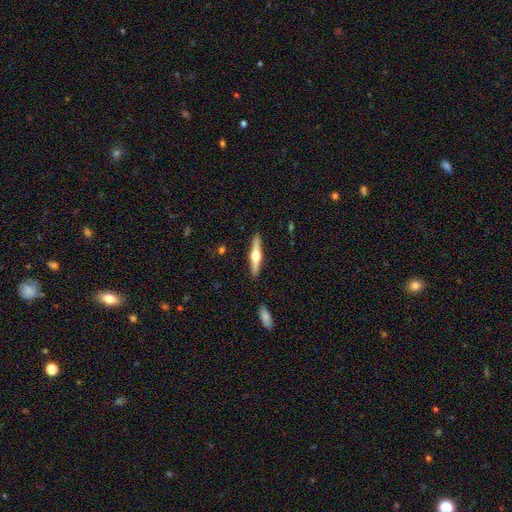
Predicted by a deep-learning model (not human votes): smooth_or_featured: featured or disk (p=0.66) [alt: smooth p=0.29]
disk_edge_on: yes (p=0.97) [alt: no p=0.03]
edge_on_bulge: rounded (p=0.96) [alt: boxy p=0.02]
merging: none (p=0.90) [alt: minor disturbance p=0.07]